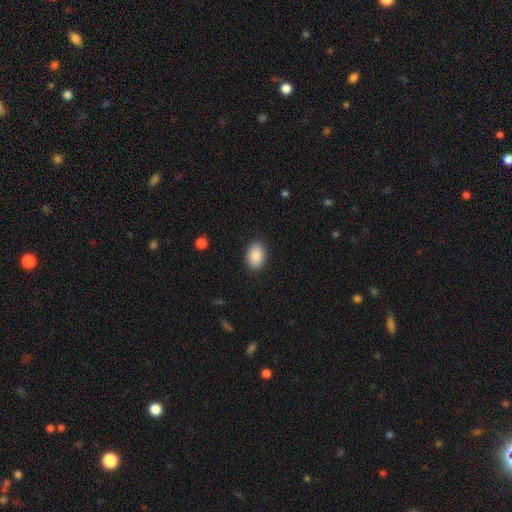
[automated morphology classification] Smooth or featured?
  - smooth: 89% *
  - star or artifact: 7%
  - featured or disk: 4%
How rounded?
  - in between: 84% *
  - round: 15%
  - cigar-shaped: 1%
Merging?
  - none: 88% *
  - minor disturbance: 8%
  - major disturbance: 2%
  - merger: 1%